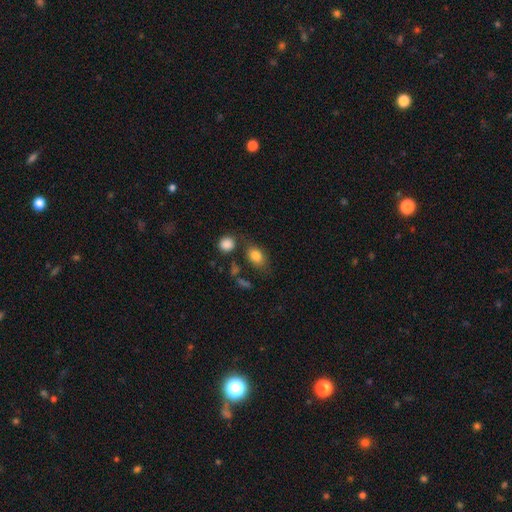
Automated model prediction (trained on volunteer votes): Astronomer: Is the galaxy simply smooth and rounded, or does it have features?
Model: smooth — 81%.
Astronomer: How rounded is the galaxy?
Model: in between — 77%.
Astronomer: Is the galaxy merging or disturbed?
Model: none — 64%.